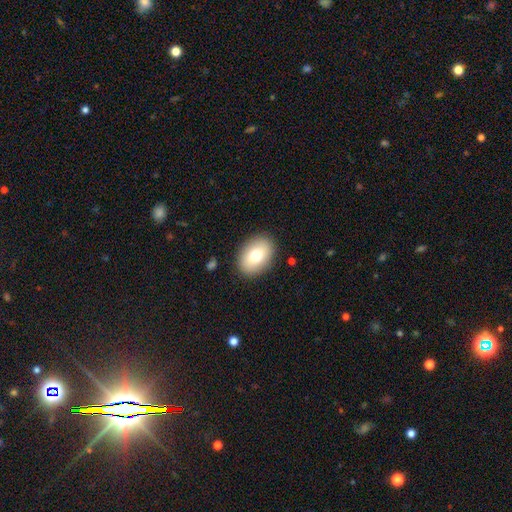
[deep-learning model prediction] This appears to be a smooth galaxy with no disk features (74%) that is in between round and cigar-shaped (81%). Merging: none (88%).